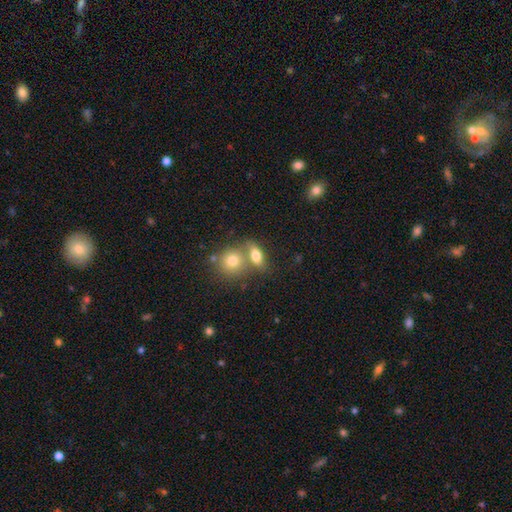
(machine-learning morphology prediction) Smooth or featured? smooth (76%)
How rounded? in between (71%)
Merging? merger (46%)